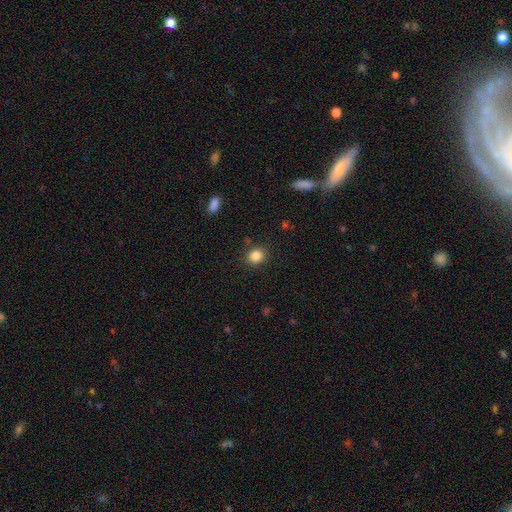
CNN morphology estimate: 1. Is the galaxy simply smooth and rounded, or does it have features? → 85% smooth, 11% star or artifact, 5% featured or disk.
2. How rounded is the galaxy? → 67% round, 32% in between, 1% cigar-shaped.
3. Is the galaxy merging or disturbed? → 86% none, 9% minor disturbance, 3% major disturbance, 2% merger.